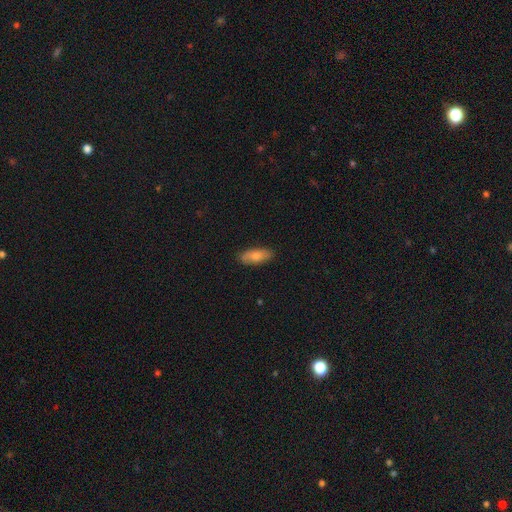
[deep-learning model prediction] A smooth galaxy with no disk features (80%) that is in between round and cigar-shaped (72%).

Vote fractions:
- Smooth or featured? smooth: 80% / featured or disk: 14% / star or artifact: 6%
- How rounded? in between: 72% / cigar-shaped: 26% / round: 2%
- Merging? none: 86% / minor disturbance: 11% / major disturbance: 2% / merger: 1%